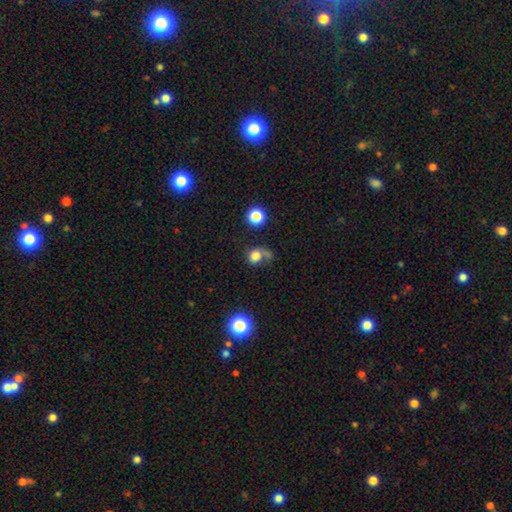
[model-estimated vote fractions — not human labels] Smooth or featured? smooth (73%)
How rounded? round (73%)
Merging? none (38%)